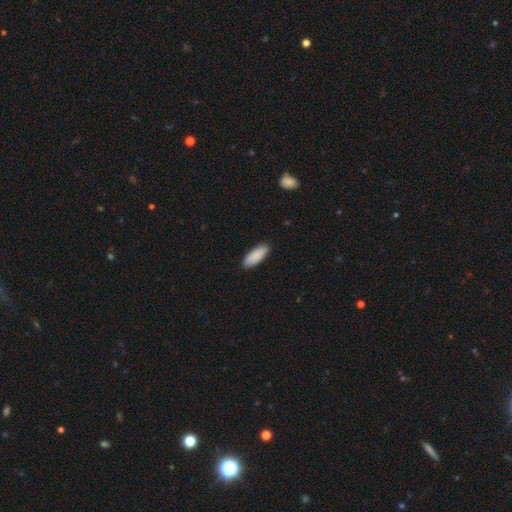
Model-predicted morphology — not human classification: A smooth galaxy with no disk features (90%) that is in between round and cigar-shaped (72%). Merging: none (90%).